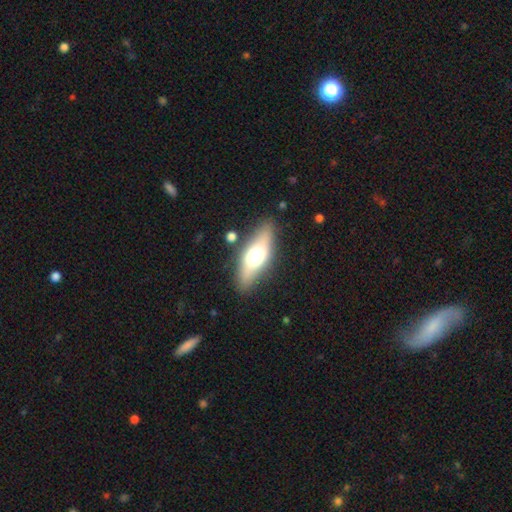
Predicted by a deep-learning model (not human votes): Q: Smooth or featured?
A: smooth (53%); runner-up: featured or disk (39%)
Q: How rounded?
A: in between (59%); runner-up: cigar-shaped (37%)
Q: Merging?
A: none (84%); runner-up: minor disturbance (11%)